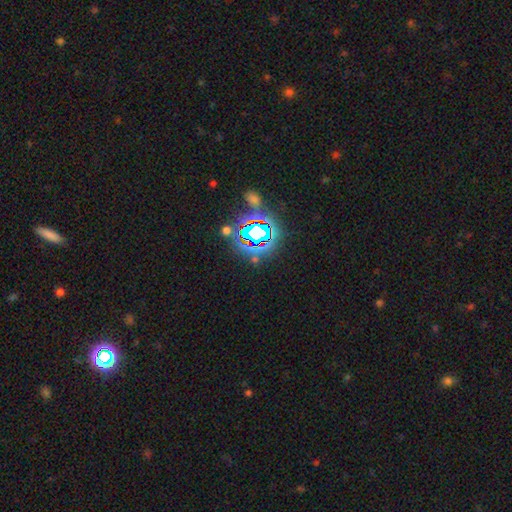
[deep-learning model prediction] This appears to be a star or artifact, not a galaxy (77%).